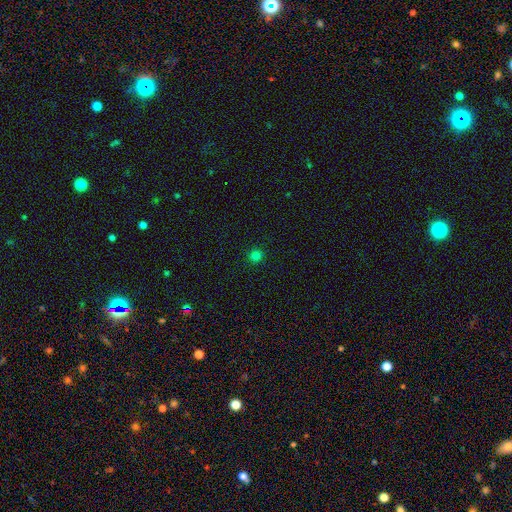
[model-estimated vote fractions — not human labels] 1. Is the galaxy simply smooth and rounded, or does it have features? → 80% smooth, 17% star or artifact, 4% featured or disk.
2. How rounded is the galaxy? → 95% round, 4% in between, 1% cigar-shaped.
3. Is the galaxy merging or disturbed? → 93% none, 5% minor disturbance, 2% major disturbance, 1% merger.